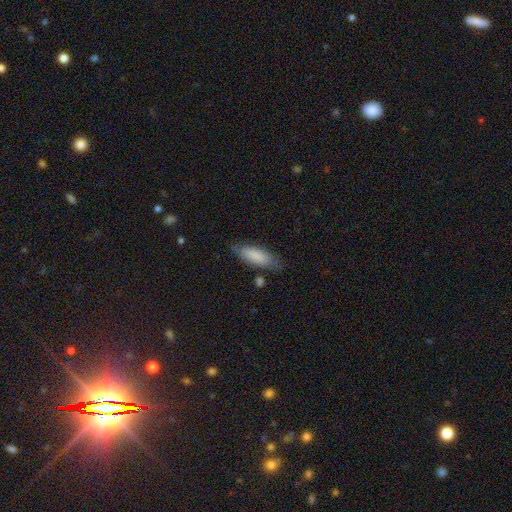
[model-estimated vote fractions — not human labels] Overall: smooth (82%). How rounded: in between (59%; cigar-shaped 40%). Merging: none (75%).